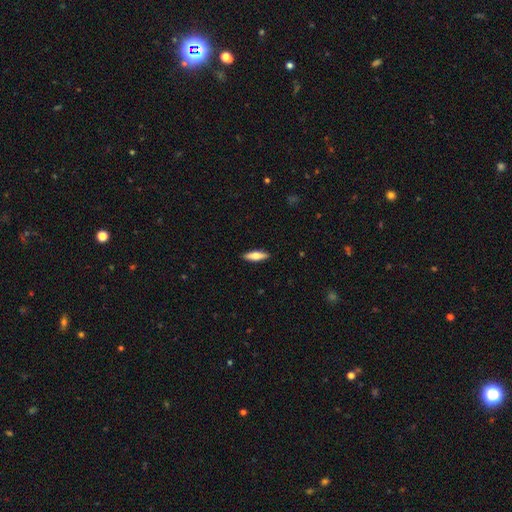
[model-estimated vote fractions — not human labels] smooth_or_featured: smooth (p=0.71) [alt: featured or disk p=0.24]
how_rounded: cigar-shaped (p=0.55) [alt: in between p=0.43]
merging: none (p=0.90) [alt: minor disturbance p=0.07]